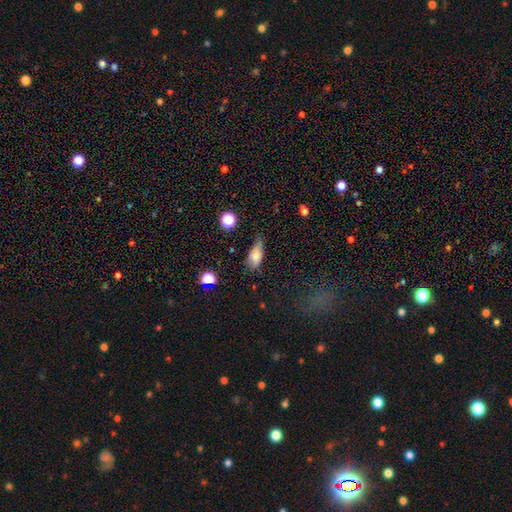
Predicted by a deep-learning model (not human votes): The model was most divided on "merging": none: 46%, minor disturbance: 38%, major disturbance: 12%, merger: 3%. More confident: how rounded — in between (80%); smooth or featured — smooth (72%).